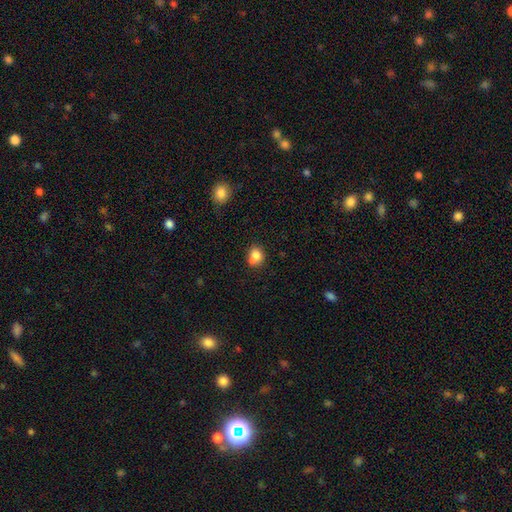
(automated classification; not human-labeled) This is likely a smooth galaxy (79%). How rounded: likely round (61%). Merging: possibly none (48%).